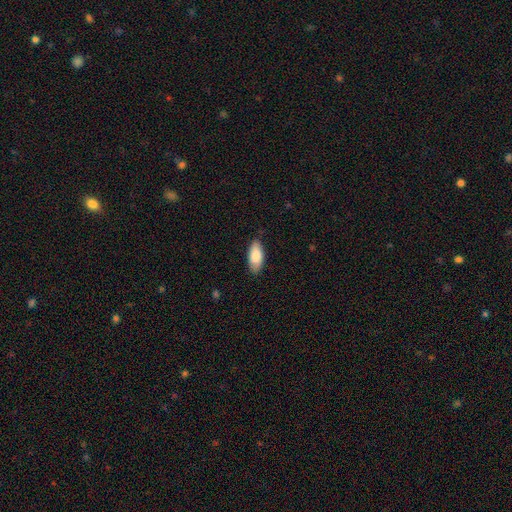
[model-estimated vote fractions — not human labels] This appears to be a smooth galaxy with no disk features (86%) that is in between round and cigar-shaped (88%). Merging: none (84%).